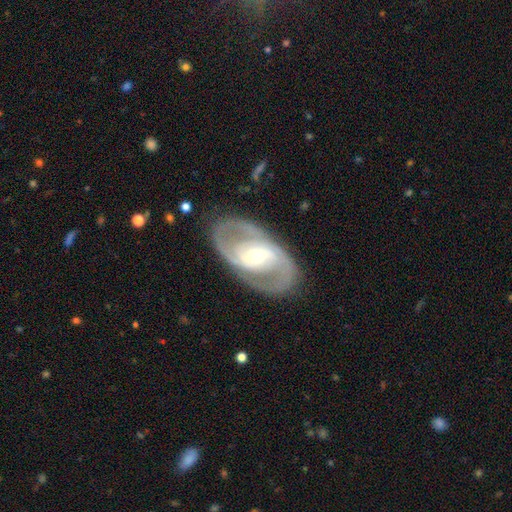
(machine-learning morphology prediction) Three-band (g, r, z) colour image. It shows a featured or disk galaxy (84%) with a weak bar (41%), 2 (81%) medium (47%) spiral arms (86%) and a small central bulge (47%). Merging: none (80%).